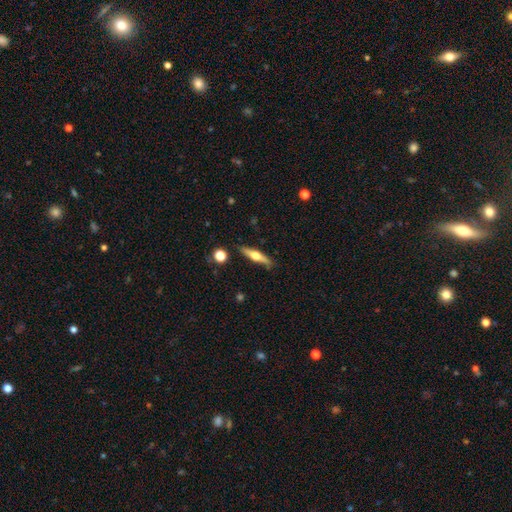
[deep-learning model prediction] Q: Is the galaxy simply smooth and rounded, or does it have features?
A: featured or disk — 56%.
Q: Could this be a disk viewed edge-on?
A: yes — 94%.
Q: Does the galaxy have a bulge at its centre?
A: rounded — 93%.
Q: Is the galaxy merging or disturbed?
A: none — 84%.